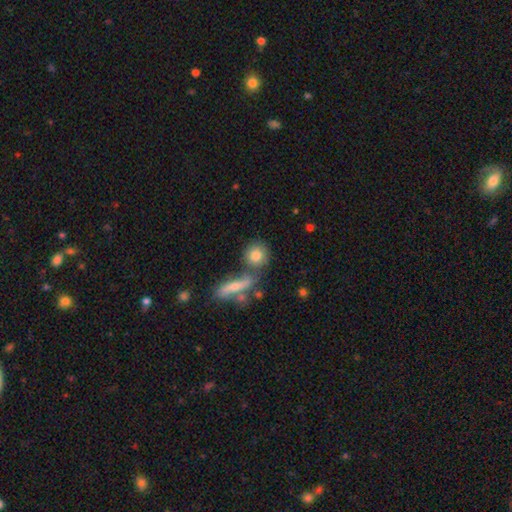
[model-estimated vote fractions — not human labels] A smooth galaxy with no disk features (76%) that is round (81%).

Vote fractions:
- Smooth or featured? smooth: 76% / featured or disk: 15% / star or artifact: 9%
- How rounded? round: 81% / in between: 15% / cigar-shaped: 4%
- Merging? none: 60% / merger: 26% / minor disturbance: 10% / major disturbance: 4%